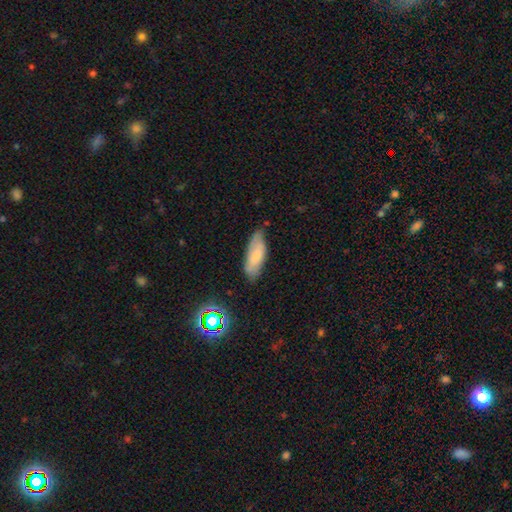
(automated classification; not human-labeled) This appears to be a smooth galaxy with no disk features (64%) that is in between round and cigar-shaped (72%). Merging: none (69%).